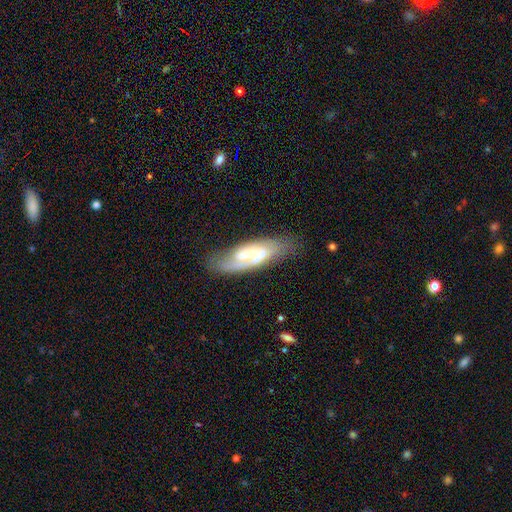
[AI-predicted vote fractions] smooth_or_featured: featured or disk (p=0.68) [alt: smooth p=0.24]
disk_edge_on: no (p=0.83) [alt: yes p=0.17]
bar: weak (p=0.40) [alt: no p=0.39]
has_spiral_arms: yes (p=0.80) [alt: no p=0.20]
bulge_size: small (p=0.36) [alt: moderate p=0.28]
merging: none (p=0.65) [alt: minor disturbance p=0.20]